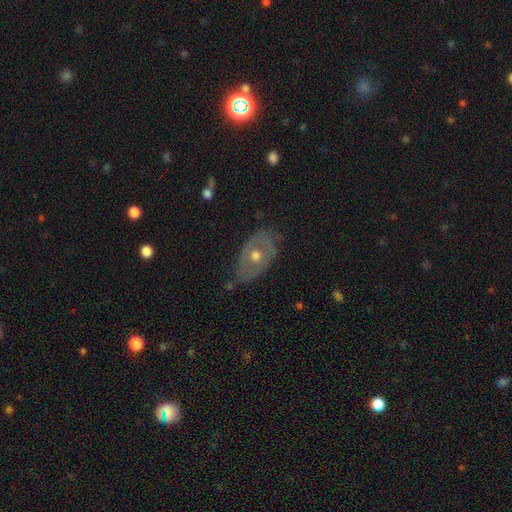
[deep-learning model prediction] The model was most divided on "smooth or featured": featured or disk: 65%, smooth: 29%, star or artifact: 7%. More confident: edge-on disk — no (90%); bar — no (88%); bulge size — moderate (80%); spiral arms — no (71%); merging — none (65%).